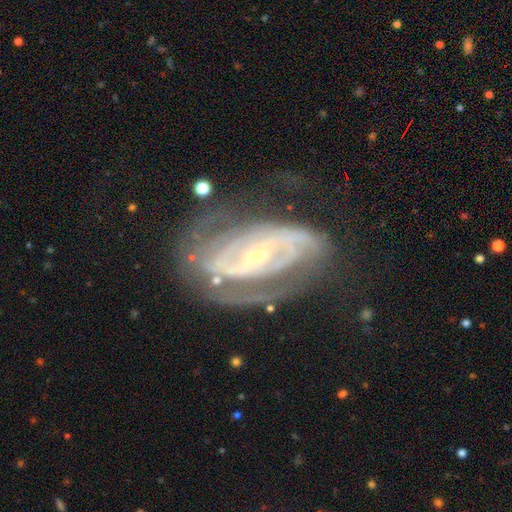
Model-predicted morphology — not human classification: The model was most divided on "bar": strong: 40%, weak: 37%, no: 23%. More confident: edge-on disk — no (94%); spiral arms — yes (92%); smooth or featured — featured or disk (87%); bulge size — small (65%); merging — none (58%); spiral winding — tight (55%); spiral arm count — 2 (50%).